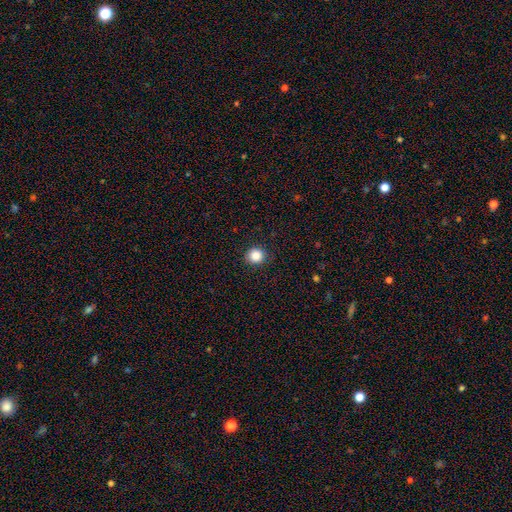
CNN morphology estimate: This is clearly a smooth galaxy (87%). How rounded: clearly round (92%). Merging: clearly none (90%).